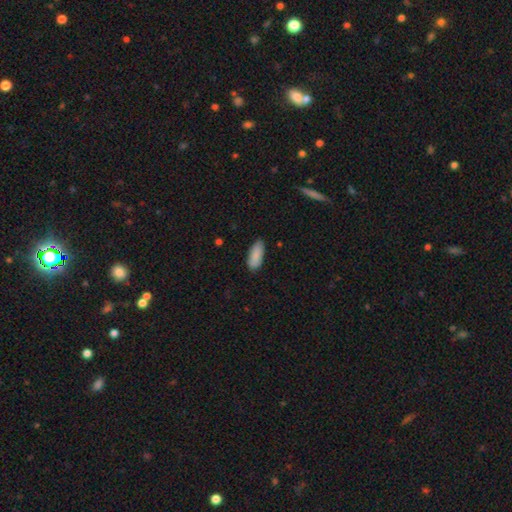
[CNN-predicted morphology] A smooth galaxy with no disk features (88%) that is in between round and cigar-shaped (81%).

Vote fractions:
- Smooth or featured? smooth: 88% / star or artifact: 6% / featured or disk: 6%
- How rounded? in between: 81% / cigar-shaped: 17% / round: 2%
- Merging? none: 79% / minor disturbance: 17% / major disturbance: 3% / merger: 1%